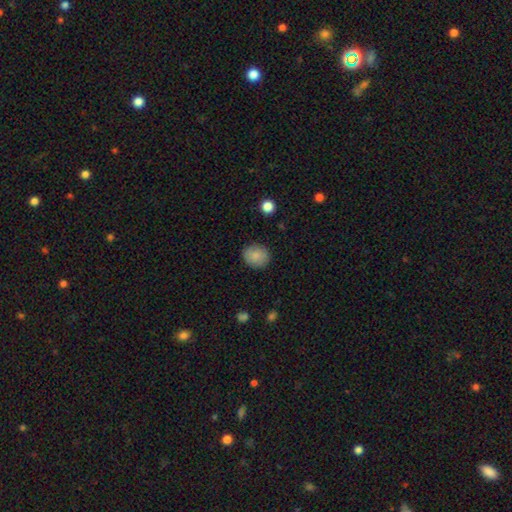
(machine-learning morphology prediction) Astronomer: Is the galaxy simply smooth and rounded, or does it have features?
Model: smooth — 87%.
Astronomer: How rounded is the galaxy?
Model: round — 71%.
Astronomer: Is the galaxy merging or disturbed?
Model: none — 87%.